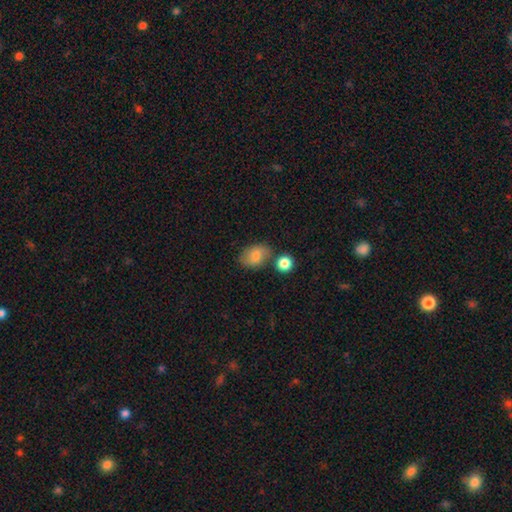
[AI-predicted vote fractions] Smooth or featured? Predicted: smooth (p=0.78). How rounded? Predicted: in between (p=0.74). Merging? Predicted: none (p=0.69).